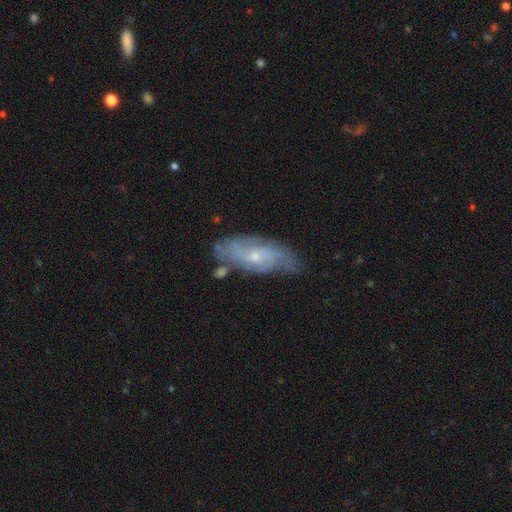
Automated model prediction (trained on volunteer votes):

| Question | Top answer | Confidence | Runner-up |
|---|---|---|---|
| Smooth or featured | featured or disk | 77% | smooth (16%) |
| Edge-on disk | no | 91% | yes (9%) |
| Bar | no | 59% | weak (35%) |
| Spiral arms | yes | 92% | no (8%) |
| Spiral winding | medium | 42% | tight (41%) |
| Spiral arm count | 2 | 39% | can't tell (32%) |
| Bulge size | small | 67% | moderate (28%) |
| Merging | none | 65% | minor disturbance (23%) |